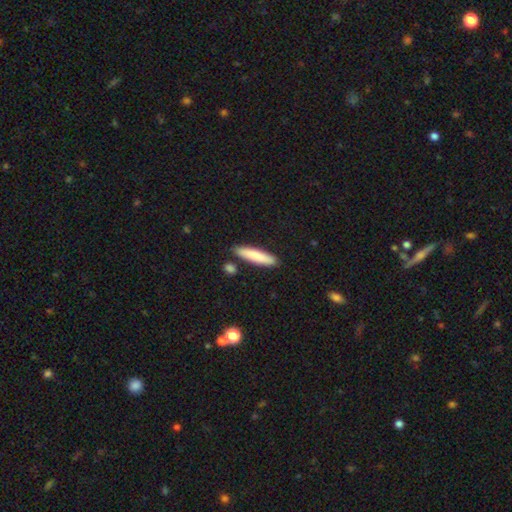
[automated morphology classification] A smooth galaxy with no disk features (82%) that is cigar-shaped (84%). Merging: none (84%).